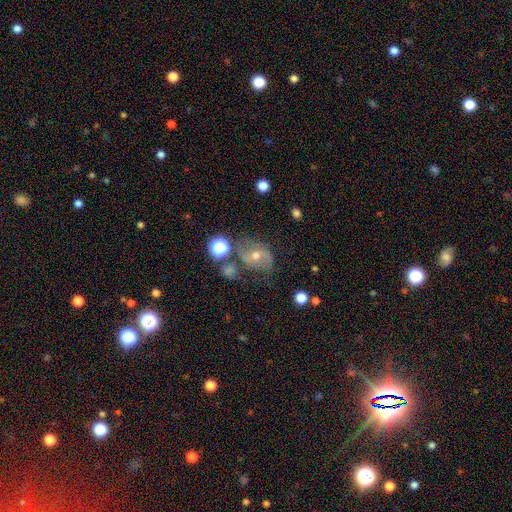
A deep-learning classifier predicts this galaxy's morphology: Overall: featured or disk (57%; smooth 26%). Edge-on disk: no (96%). Bar: no (47%; weak 37%). Spiral arms: yes (76%). Bulge size: moderate (60%; small 35%). Merging: none (56%; minor disturbance 21%).